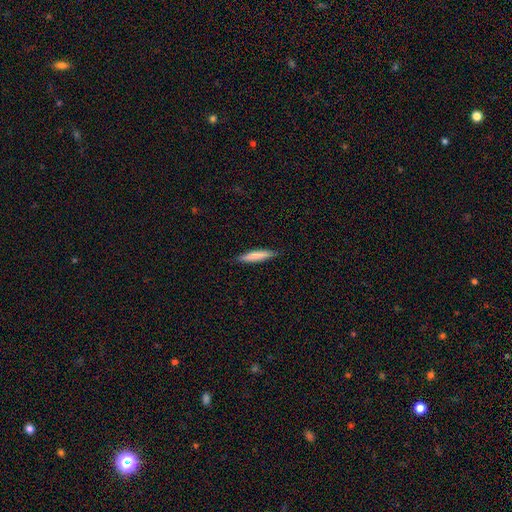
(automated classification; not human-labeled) Q: Smooth or featured?
A: smooth (76%); runner-up: featured or disk (19%)
Q: How rounded?
A: cigar-shaped (90%); runner-up: in between (9%)
Q: Merging?
A: none (87%); runner-up: minor disturbance (11%)